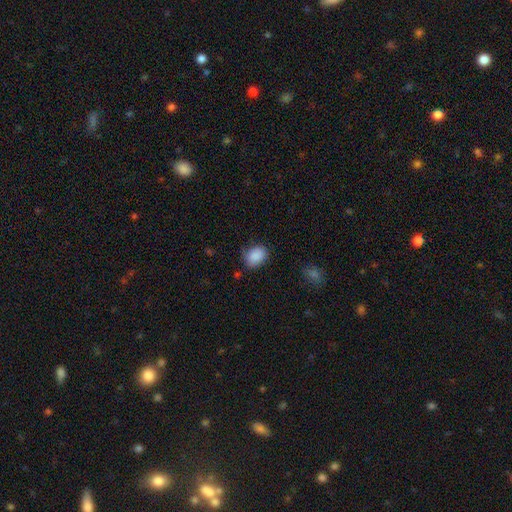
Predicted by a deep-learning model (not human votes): Q: Smooth or featured?
A: smooth (88%); runner-up: star or artifact (8%)
Q: How rounded?
A: in between (67%); runner-up: round (33%)
Q: Merging?
A: none (72%); runner-up: minor disturbance (21%)